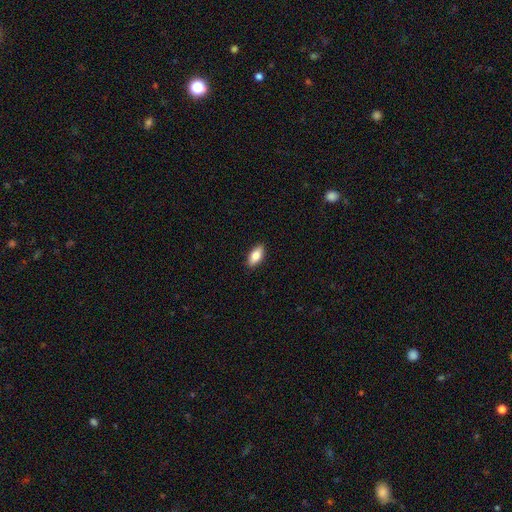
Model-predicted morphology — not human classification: This is clearly a smooth galaxy (81%). How rounded: clearly in between (88%). Merging: clearly none (89%).